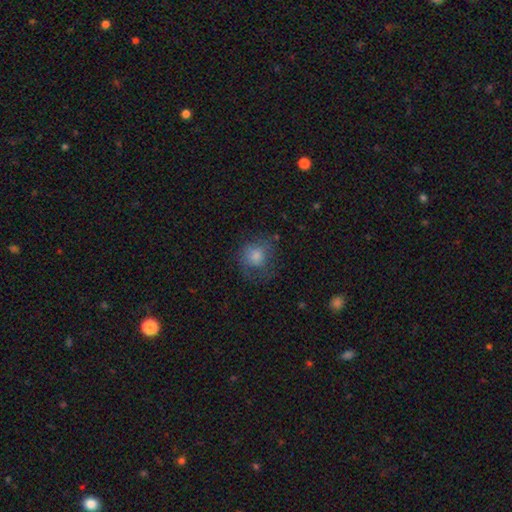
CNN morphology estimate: smooth 67%, featured or disk 20%, star or artifact 12%. Down the decision tree: how rounded — round (80%); merging — none (59%).